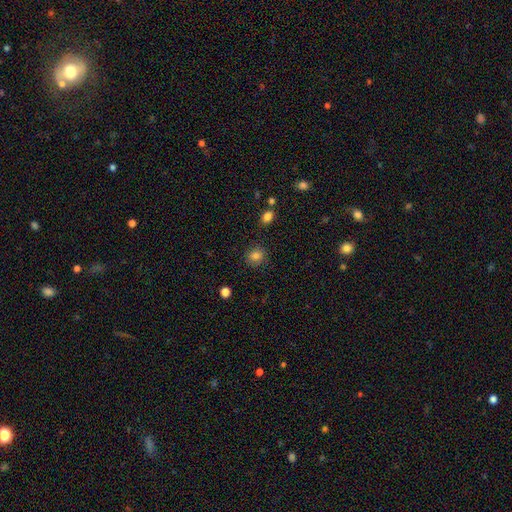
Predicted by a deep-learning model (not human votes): smooth-or-featured: smooth: 84% | star or artifact: 11% | featured or disk: 6%
  how-rounded: round: 77% | in between: 22% | cigar-shaped: 1%
  merging: none: 86% | minor disturbance: 10% | major disturbance: 3% | merger: 2%